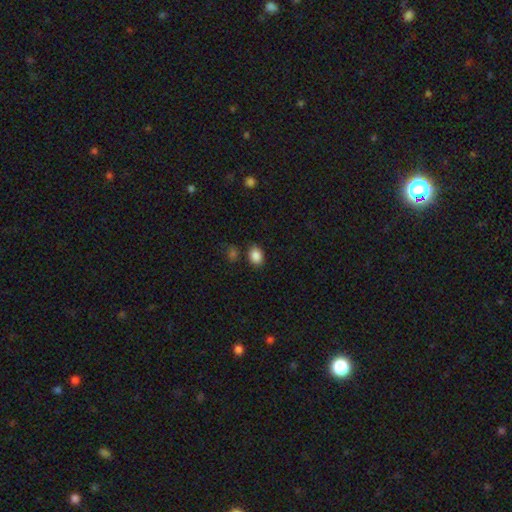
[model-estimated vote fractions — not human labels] This is clearly a smooth galaxy (87%). How rounded: likely in between (69%). Merging: clearly none (80%).